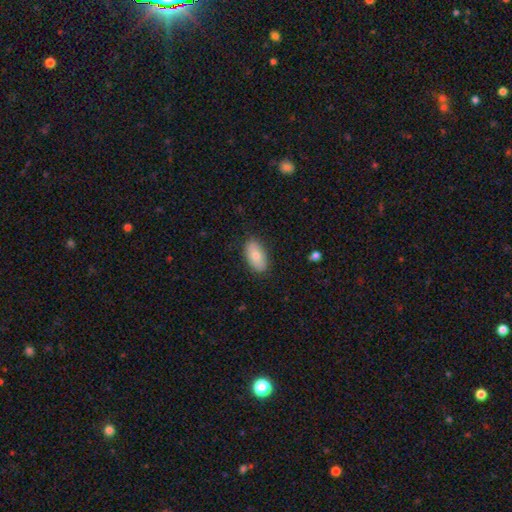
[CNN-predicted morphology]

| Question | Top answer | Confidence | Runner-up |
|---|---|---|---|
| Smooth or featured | smooth | 78% | featured or disk (15%) |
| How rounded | in between | 92% | cigar-shaped (4%) |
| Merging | none | 85% | minor disturbance (12%) |